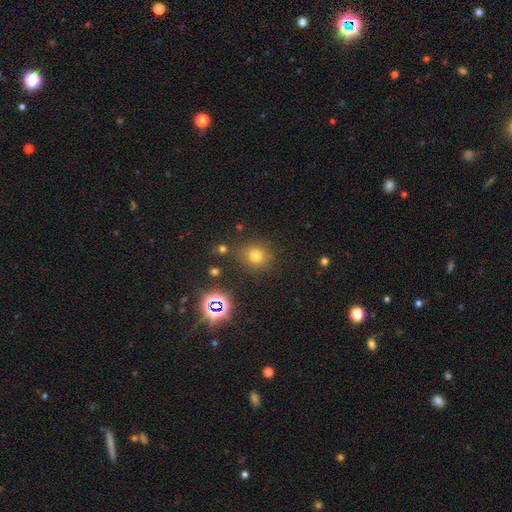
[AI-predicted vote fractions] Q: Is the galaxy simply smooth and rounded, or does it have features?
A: smooth — 69%.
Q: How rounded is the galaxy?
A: round — 86%.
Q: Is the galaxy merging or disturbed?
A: none — 80%.